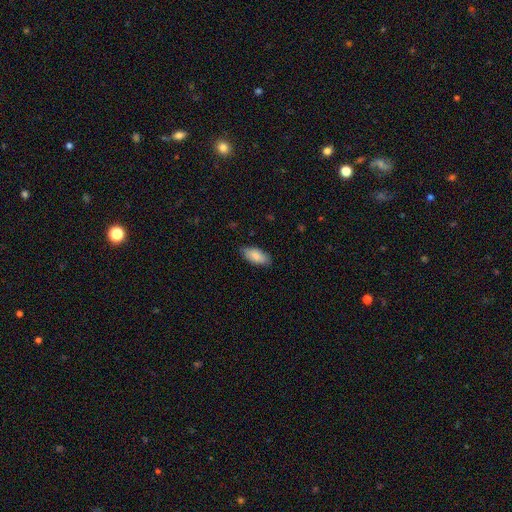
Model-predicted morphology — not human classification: smooth 85%, featured or disk 9%, star or artifact 6%. Down the decision tree: how rounded — in between (89%); merging — none (83%).